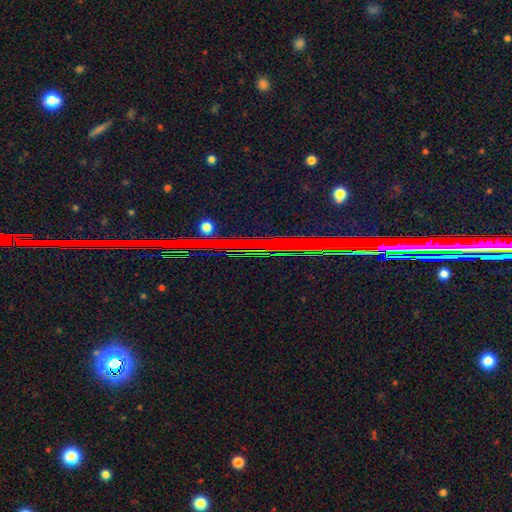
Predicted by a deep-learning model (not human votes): Morphology: type=star or artifact (79%).